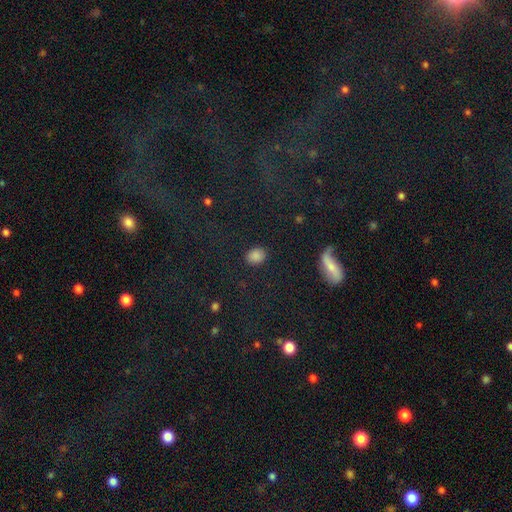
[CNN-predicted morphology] Smooth or featured? smooth (80%)
How rounded? in between (59%)
Merging? none (86%)